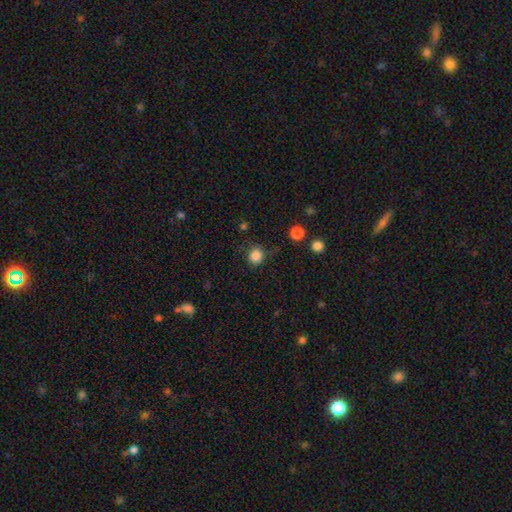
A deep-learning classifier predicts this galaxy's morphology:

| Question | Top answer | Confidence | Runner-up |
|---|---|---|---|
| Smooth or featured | smooth | 85% | star or artifact (12%) |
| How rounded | round | 87% | in between (12%) |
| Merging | none | 81% | minor disturbance (13%) |